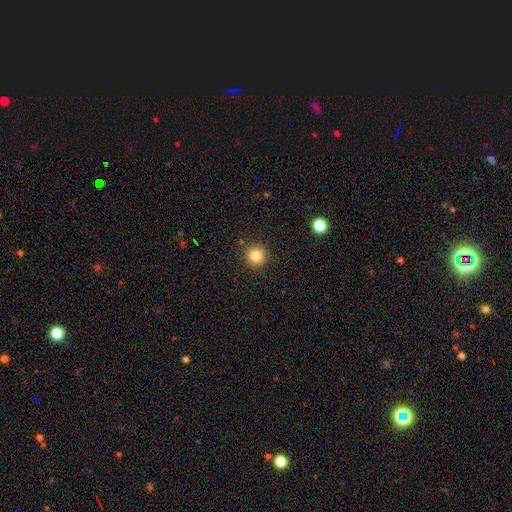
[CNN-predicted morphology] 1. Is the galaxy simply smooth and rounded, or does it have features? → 83% smooth, 11% star or artifact, 5% featured or disk.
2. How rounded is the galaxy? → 95% round, 4% in between, 1% cigar-shaped.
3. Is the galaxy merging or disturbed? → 91% none, 6% minor disturbance, 2% major disturbance, 2% merger.